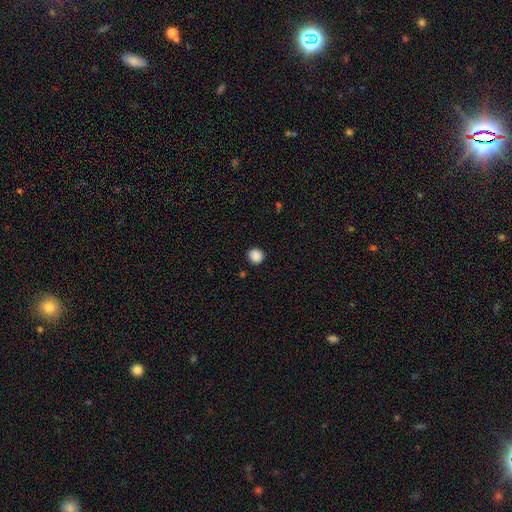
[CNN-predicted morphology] The model was most divided on "smooth or featured": smooth: 88%, star or artifact: 9%, featured or disk: 2%. More confident: merging — none (91%); how rounded — round (91%).